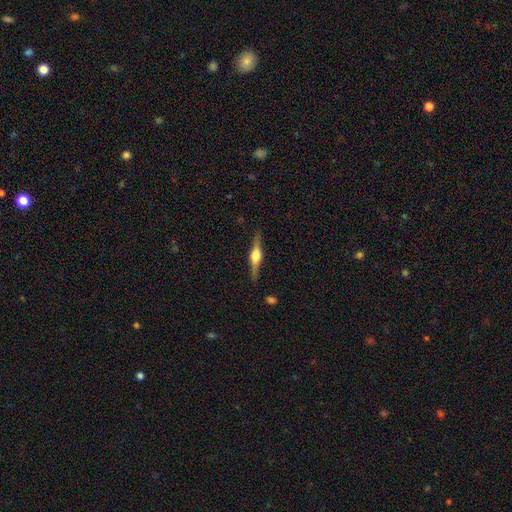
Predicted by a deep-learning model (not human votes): Smooth or featured? featured or disk (76%)
Edge-on disk? yes (98%)
Edge-on bulge? rounded (92%)
Merging? none (88%)